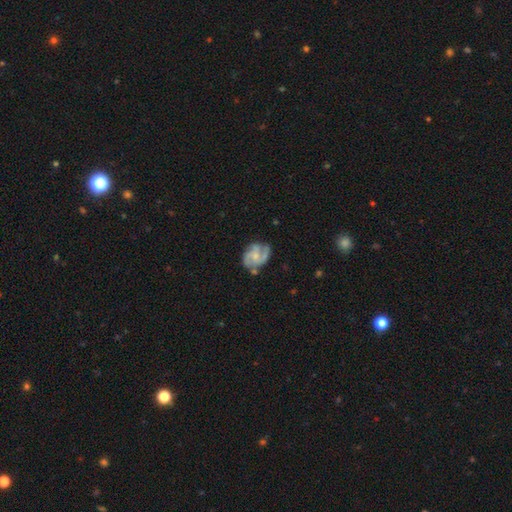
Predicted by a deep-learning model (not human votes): The model was most divided on "spiral arm count": 3: 42%, 2: 30%, can't tell: 14%, 4: 7%, 1: 4%, more than 4: 4%. More confident: edge-on disk — no (98%); spiral arms — yes (92%); smooth or featured — featured or disk (77%); bar — no (65%); merging — none (62%); bulge size — small (58%); spiral winding — medium (51%).